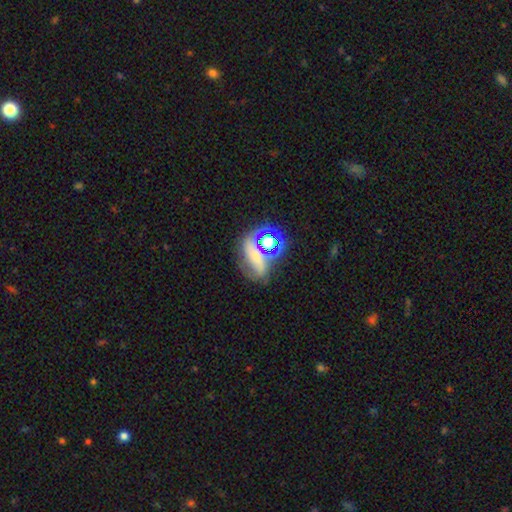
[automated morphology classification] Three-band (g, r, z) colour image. It shows a smooth galaxy with no disk features (37%). Merging: none (49%).